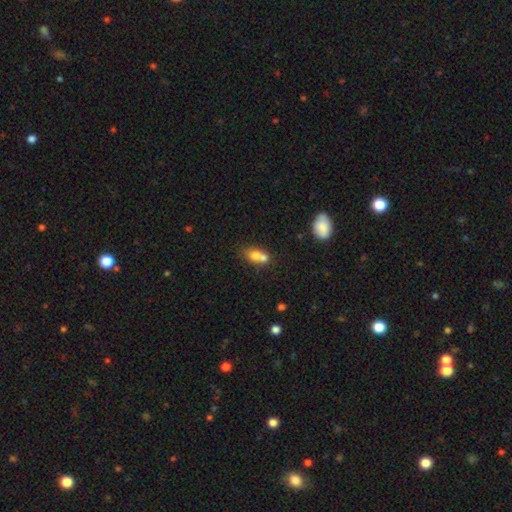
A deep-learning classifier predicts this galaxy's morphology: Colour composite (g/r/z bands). It shows a smooth galaxy with no disk features (72%) that is in between round and cigar-shaped (53%). Merging: merger (62%).